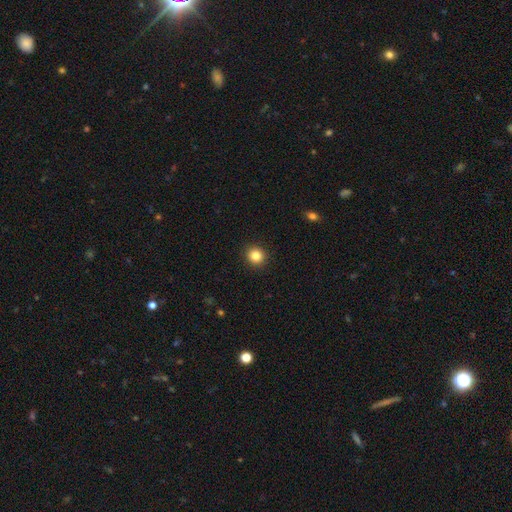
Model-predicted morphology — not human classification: Smooth or featured?
  - smooth: 85% *
  - star or artifact: 11%
  - featured or disk: 4%
How rounded?
  - round: 90% *
  - in between: 9%
  - cigar-shaped: 1%
Merging?
  - none: 92% *
  - minor disturbance: 5%
  - major disturbance: 2%
  - merger: 1%